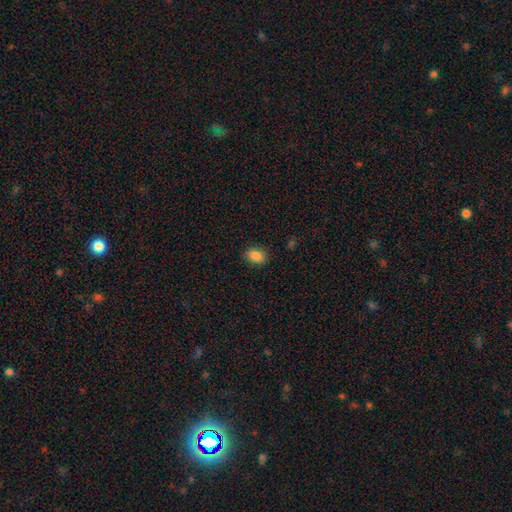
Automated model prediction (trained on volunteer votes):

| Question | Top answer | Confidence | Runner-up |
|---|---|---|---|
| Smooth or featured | smooth | 87% | star or artifact (9%) |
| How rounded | in between | 77% | round (22%) |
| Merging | none | 86% | minor disturbance (10%) |